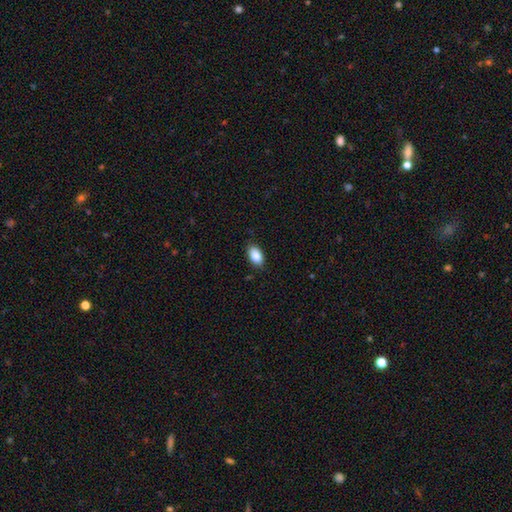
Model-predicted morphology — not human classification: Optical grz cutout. It shows a smooth galaxy with no disk features (86%) that is in between round and cigar-shaped (92%). Merging: none (86%).